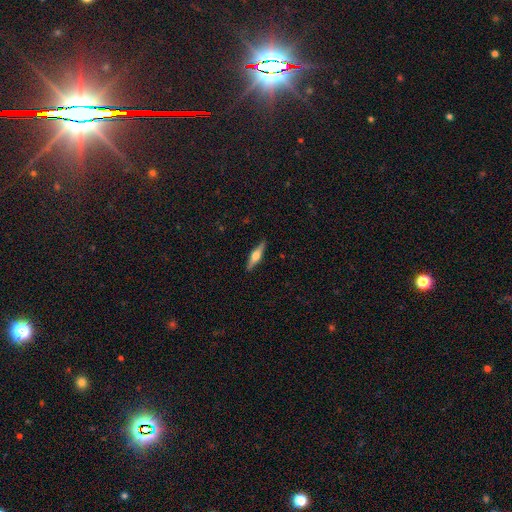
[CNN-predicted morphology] Smooth or featured? featured or disk (63%)
Edge-on disk? yes (96%)
Edge-on bulge? rounded (91%)
Merging? none (90%)